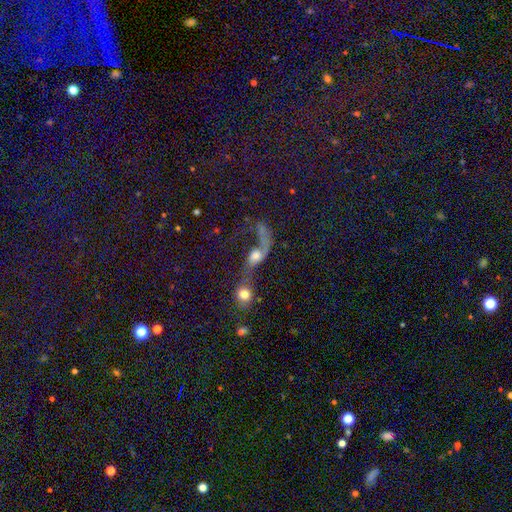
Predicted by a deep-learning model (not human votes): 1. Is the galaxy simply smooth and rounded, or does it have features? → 47% featured or disk, 38% smooth, 14% star or artifact.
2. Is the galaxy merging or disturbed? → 63% merger, 18% major disturbance, 12% none, 6% minor disturbance.